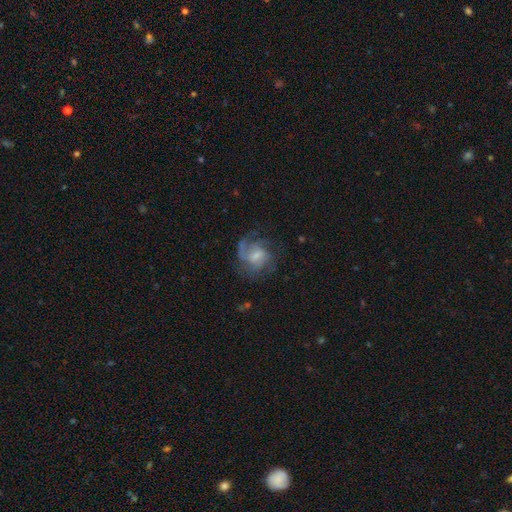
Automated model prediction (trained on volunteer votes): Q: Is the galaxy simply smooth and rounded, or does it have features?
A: featured or disk — 71%.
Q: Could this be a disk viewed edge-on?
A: no — 98%.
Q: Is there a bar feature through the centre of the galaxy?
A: weak — 56%.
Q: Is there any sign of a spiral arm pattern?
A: yes — 88%.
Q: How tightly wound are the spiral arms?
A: medium — 47%.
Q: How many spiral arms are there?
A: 2 — 32%.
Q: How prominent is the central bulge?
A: small — 38%.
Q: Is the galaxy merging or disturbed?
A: none — 53%.